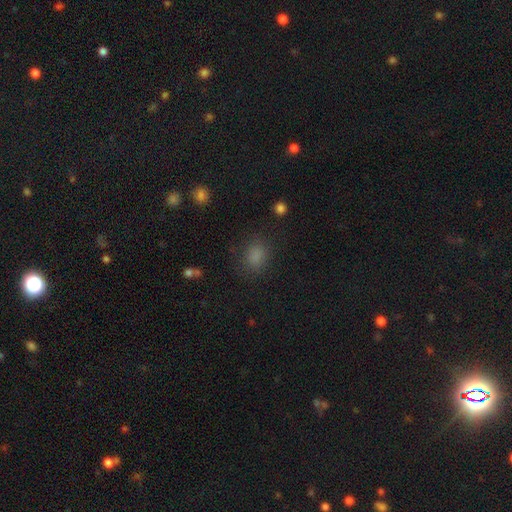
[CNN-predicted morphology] type=smooth (81%); roundness=in between (56%); merging=none (80%).